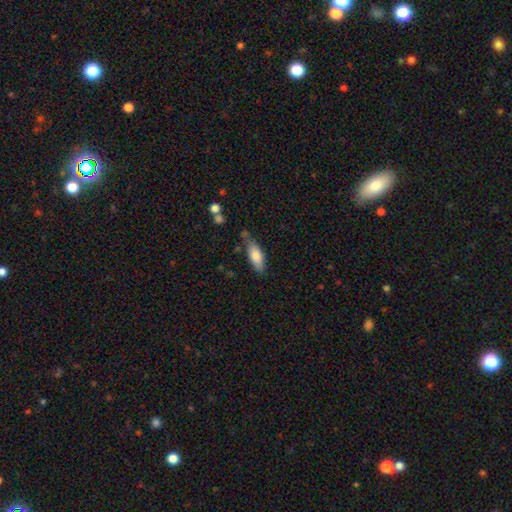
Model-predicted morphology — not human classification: This is likely a smooth galaxy (76%). How rounded: likely in between (69%). Merging: likely none (60%).